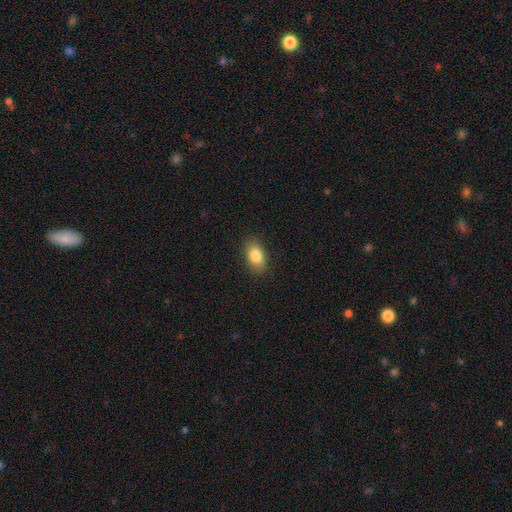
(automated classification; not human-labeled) smooth 84%, featured or disk 8%, star or artifact 8%. Down the decision tree: how rounded — in between (89%); merging — none (87%).